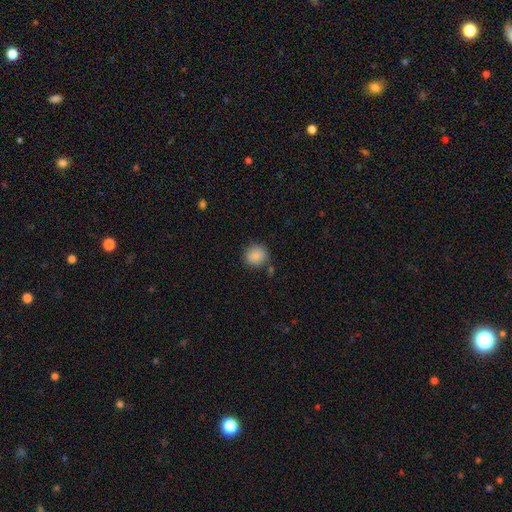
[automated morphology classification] This appears to be a smooth galaxy with no disk features (87%) that is round (86%). Merging: none (79%).